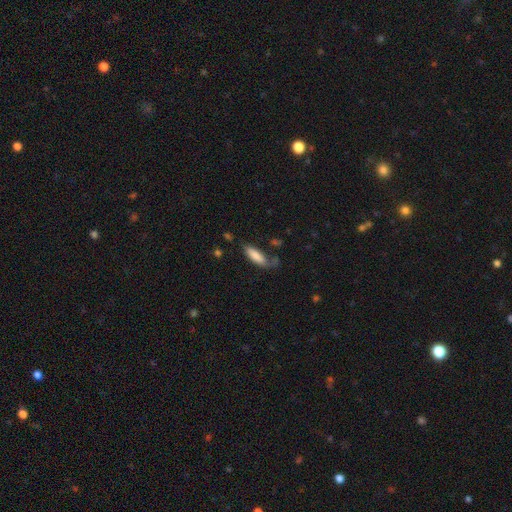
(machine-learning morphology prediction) Smooth or featured? smooth (82%)
How rounded? in between (57%)
Merging? none (55%)